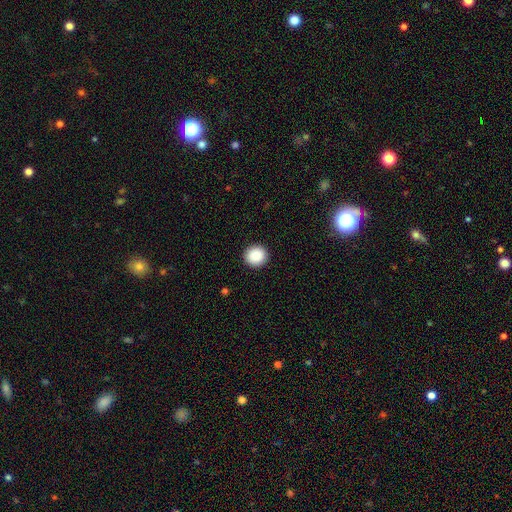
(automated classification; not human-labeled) This appears to be a smooth galaxy with no disk features (88%) that is round (91%). Merging: none (92%).